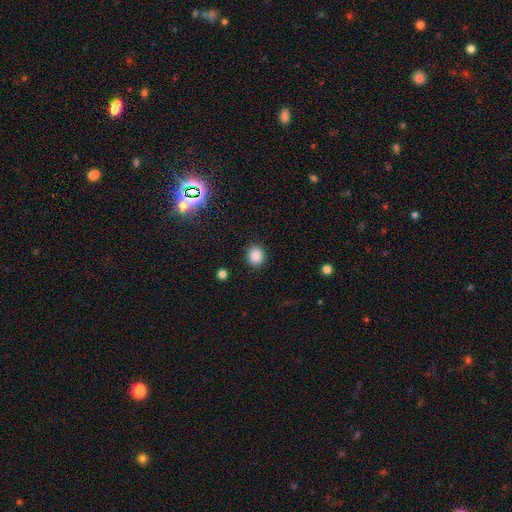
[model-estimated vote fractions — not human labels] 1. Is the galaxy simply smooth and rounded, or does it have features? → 86% smooth, 11% star or artifact, 4% featured or disk.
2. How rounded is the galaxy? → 70% round, 29% in between, 1% cigar-shaped.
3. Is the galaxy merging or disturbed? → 89% none, 7% minor disturbance, 2% major disturbance, 1% merger.